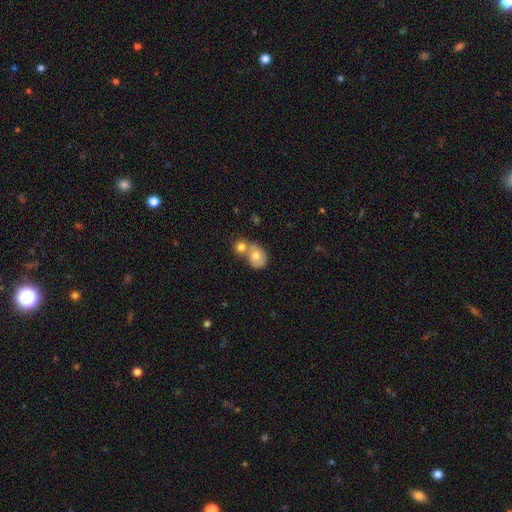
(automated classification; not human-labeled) Smooth or featured? smooth (72%)
How rounded? round (54%)
Merging? merger (61%)